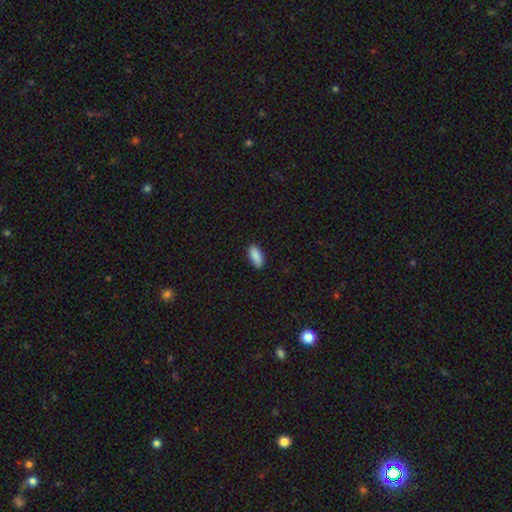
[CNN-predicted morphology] smooth-or-featured: smooth: 90% | star or artifact: 6% | featured or disk: 4%
  how-rounded: in between: 89% | cigar-shaped: 9% | round: 2%
  merging: none: 89% | minor disturbance: 9% | major disturbance: 2% | merger: 1%